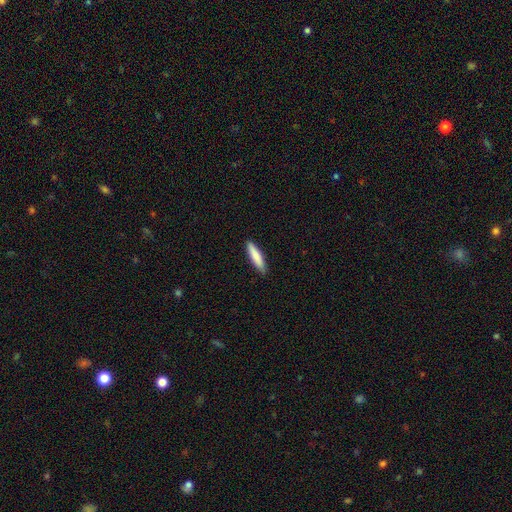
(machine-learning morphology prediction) type=smooth (84%); roundness=cigar-shaped (81%); merging=none (89%).